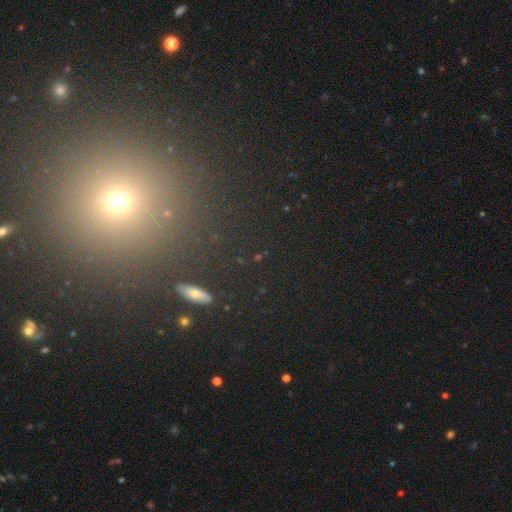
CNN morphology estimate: type=star or artifact (56%).